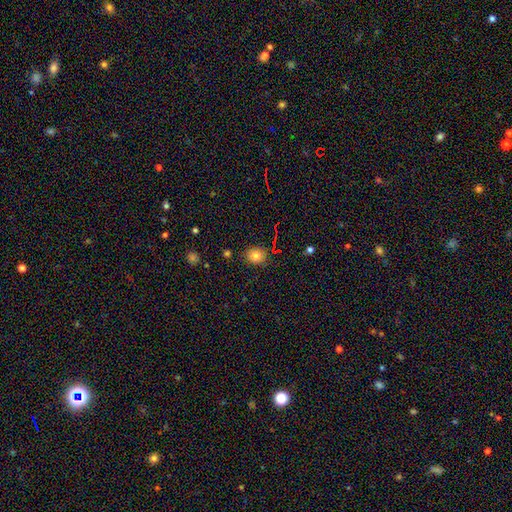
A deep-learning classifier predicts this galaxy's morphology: Smooth or featured? smooth (78%)
How rounded? round (73%)
Merging? none (86%)